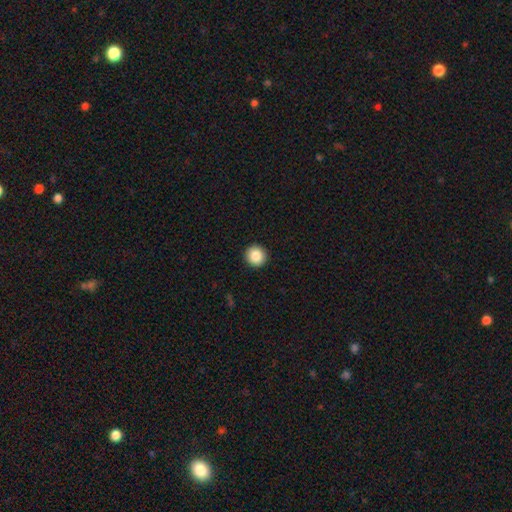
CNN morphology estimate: A smooth galaxy with no disk features (87%) that is round (94%). Merging: none (93%).